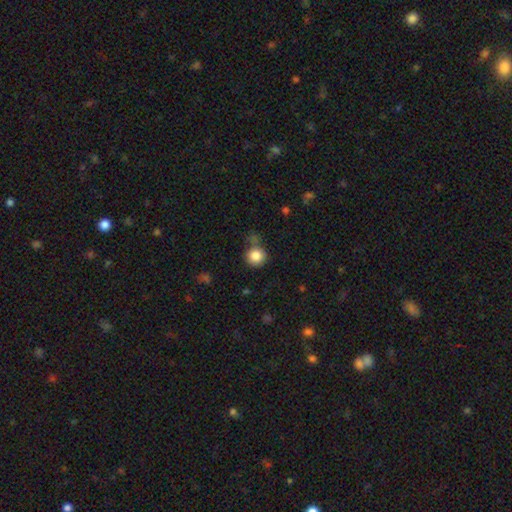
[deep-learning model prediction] The model was most divided on "merging": none: 68%, minor disturbance: 17%, merger: 9%, major disturbance: 6%. More confident: how rounded — round (92%); smooth or featured — smooth (84%).